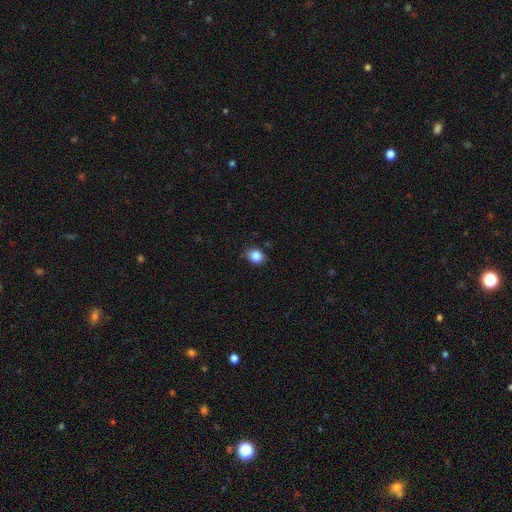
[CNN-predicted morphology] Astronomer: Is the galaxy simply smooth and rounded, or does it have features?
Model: smooth — 86%.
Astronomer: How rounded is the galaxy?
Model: round — 62% (runner-up: in between, 37%).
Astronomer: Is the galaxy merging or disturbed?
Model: none — 84%.